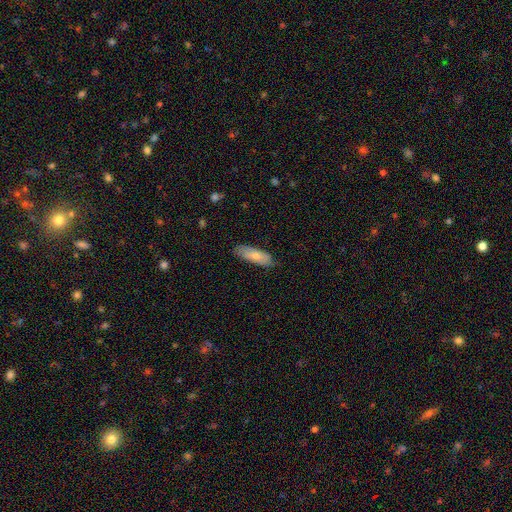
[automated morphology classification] This is likely a smooth galaxy (71%). How rounded: possibly in between (58%). Merging: clearly none (81%).